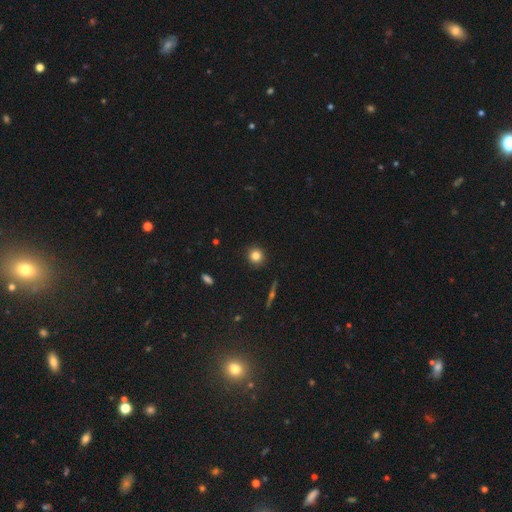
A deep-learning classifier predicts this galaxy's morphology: Smooth or featured? Predicted: smooth (p=0.82). How rounded? Predicted: round (p=0.92). Merging? Predicted: none (p=0.91).